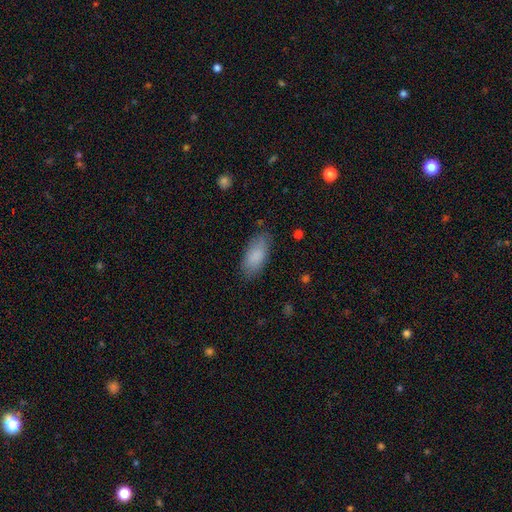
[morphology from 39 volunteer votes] Overall: smooth (85%). How rounded: in between (85%). Merging: none (74%).